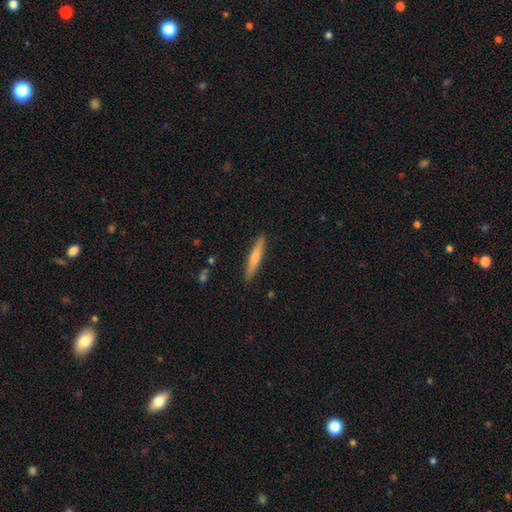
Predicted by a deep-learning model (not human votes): A smooth galaxy with no disk features (52%) that is cigar-shaped (93%).

Vote fractions:
- Smooth or featured? smooth: 52% / featured or disk: 42% / star or artifact: 6%
- How rounded? cigar-shaped: 93% / in between: 6% / round: 1%
- Merging? none: 91% / minor disturbance: 7% / major disturbance: 1% / merger: 1%